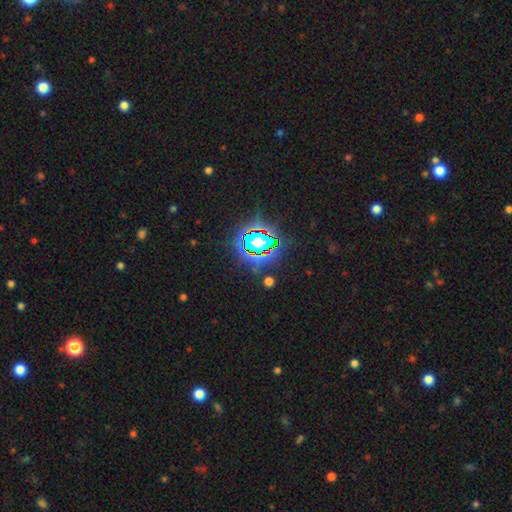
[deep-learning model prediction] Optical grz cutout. It shows a star or artifact, not a galaxy (85%).